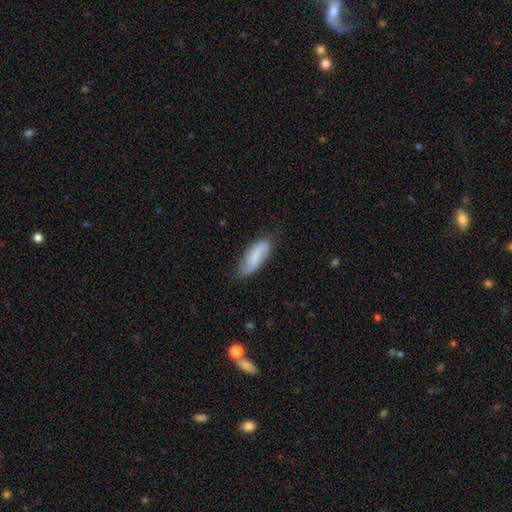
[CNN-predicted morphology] The model was most divided on "smooth or featured": smooth: 56%, featured or disk: 37%, star or artifact: 6%. More confident: merging — none (74%); how rounded — in between (70%).